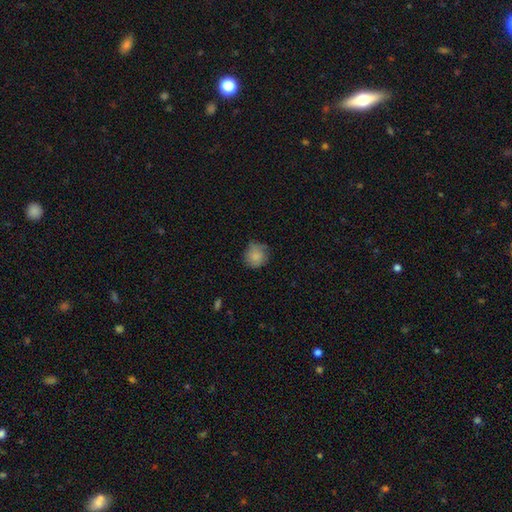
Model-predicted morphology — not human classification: This appears to be a smooth galaxy with no disk features (82%) that is round (87%). Merging: none (68%).